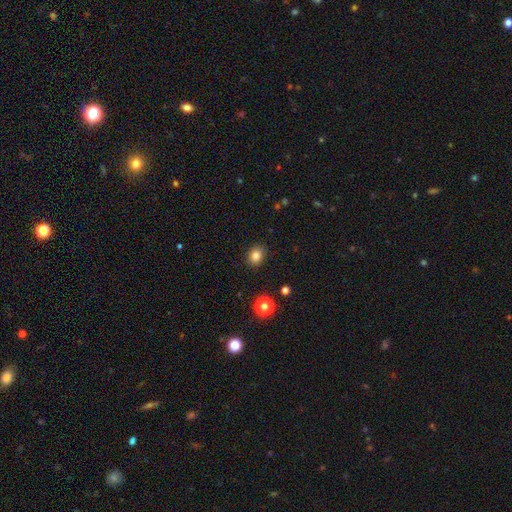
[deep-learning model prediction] Smooth or featured?
  - smooth: 83% *
  - star or artifact: 12%
  - featured or disk: 6%
How rounded?
  - round: 51% *
  - in between: 48%
  - cigar-shaped: 1%
Merging?
  - none: 88% *
  - minor disturbance: 8%
  - major disturbance: 2%
  - merger: 1%